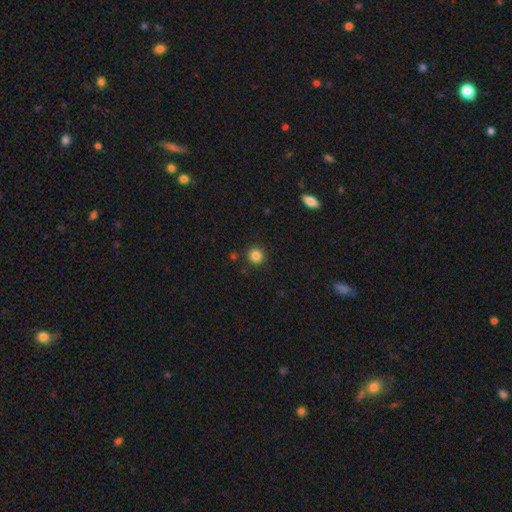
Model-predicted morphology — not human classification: This appears to be a smooth galaxy with no disk features (85%) that is round (94%). Merging: none (90%).